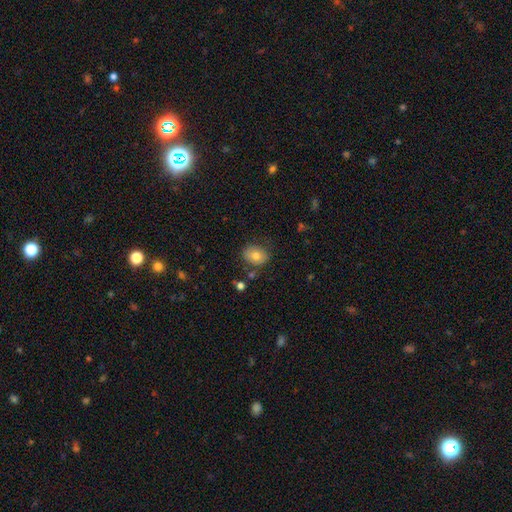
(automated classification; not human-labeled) This appears to be a smooth galaxy with no disk features (76%) that is in between round and cigar-shaped (56%). Merging: none (77%).